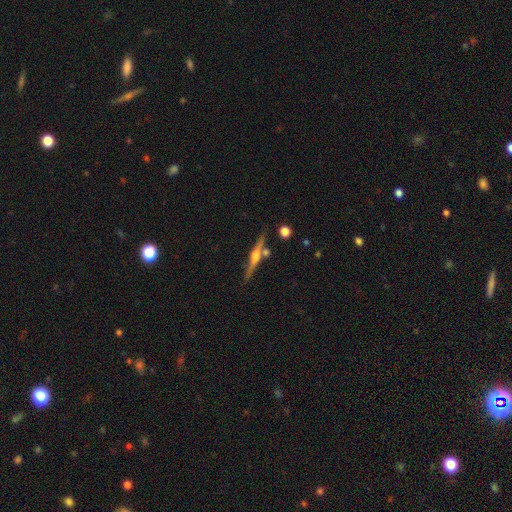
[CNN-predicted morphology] Q: Smooth or featured?
A: featured or disk (80%); runner-up: smooth (14%)
Q: Edge-on disk?
A: yes (97%); runner-up: no (3%)
Q: Edge-on bulge?
A: rounded (90%); runner-up: boxy (6%)
Q: Merging?
A: none (78%); runner-up: minor disturbance (10%)